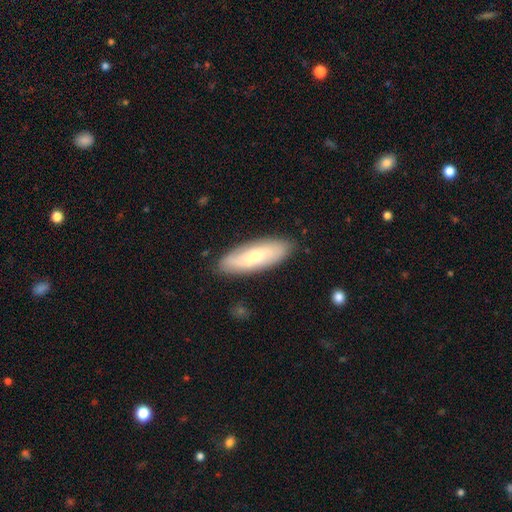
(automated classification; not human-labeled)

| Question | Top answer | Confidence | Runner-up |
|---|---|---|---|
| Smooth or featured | smooth | 53% | featured or disk (41%) |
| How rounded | in between | 60% | cigar-shaped (38%) |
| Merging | none | 83% | minor disturbance (12%) |